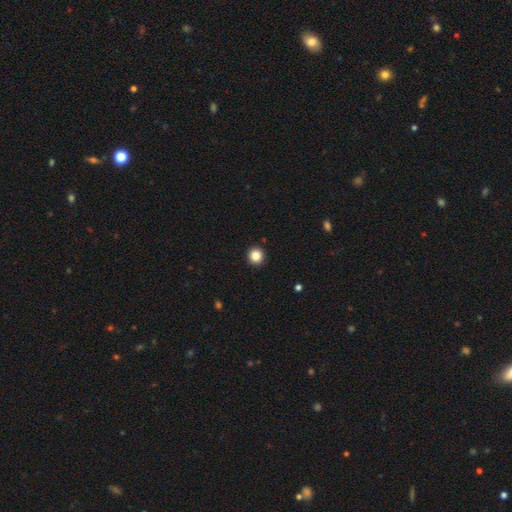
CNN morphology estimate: Smooth or featured?
  - smooth: 85% *
  - star or artifact: 11%
  - featured or disk: 5%
How rounded?
  - round: 94% *
  - in between: 5%
  - cigar-shaped: 1%
Merging?
  - none: 94% *
  - minor disturbance: 4%
  - major disturbance: 1%
  - merger: 1%